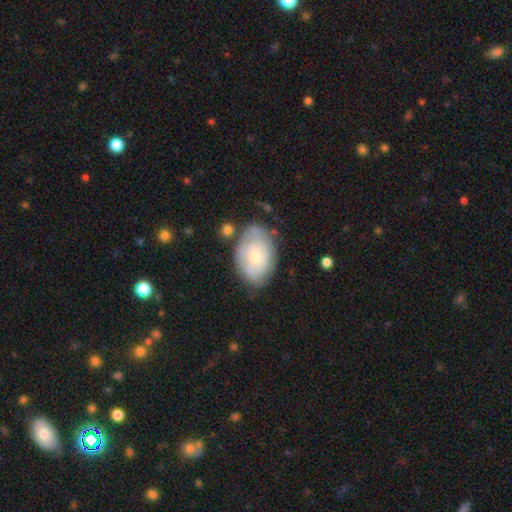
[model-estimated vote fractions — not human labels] Morphology: type=smooth (52%); roundness=in between (82%); merging=none (60%).